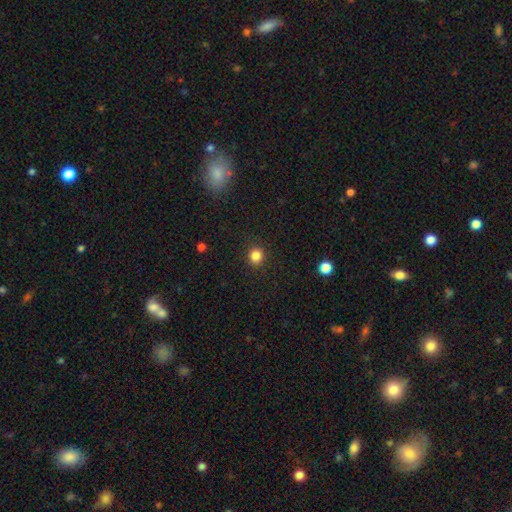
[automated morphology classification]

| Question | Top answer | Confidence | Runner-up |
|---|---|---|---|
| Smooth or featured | smooth | 84% | star or artifact (12%) |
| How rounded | round | 87% | in between (12%) |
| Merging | none | 90% | minor disturbance (6%) |